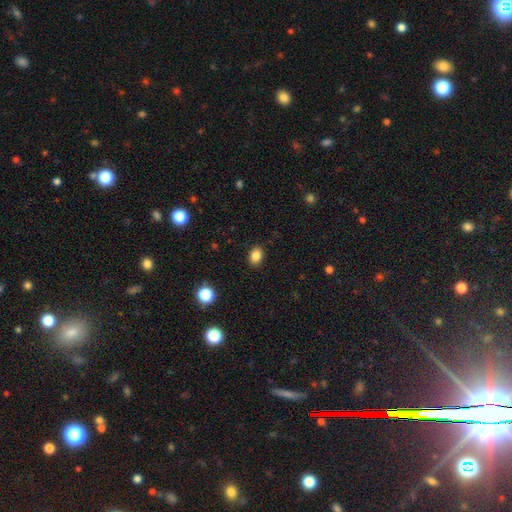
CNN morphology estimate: Smooth or featured? smooth (85%)
How rounded? in between (68%)
Merging? none (88%)